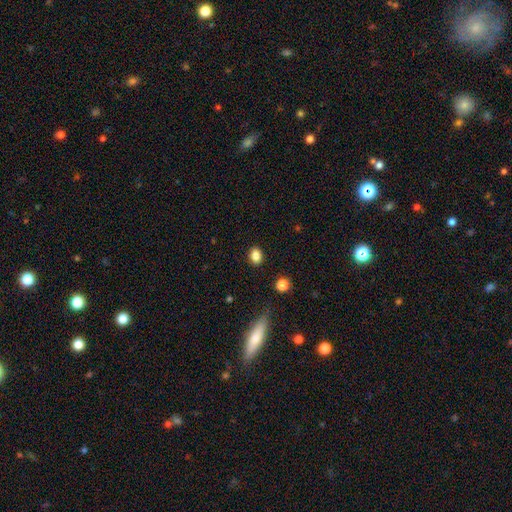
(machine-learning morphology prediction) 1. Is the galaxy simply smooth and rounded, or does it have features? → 85% smooth, 10% star or artifact, 4% featured or disk.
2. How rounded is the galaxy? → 66% in between, 33% round, 1% cigar-shaped.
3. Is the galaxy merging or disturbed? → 88% none, 8% minor disturbance, 2% major disturbance, 1% merger.